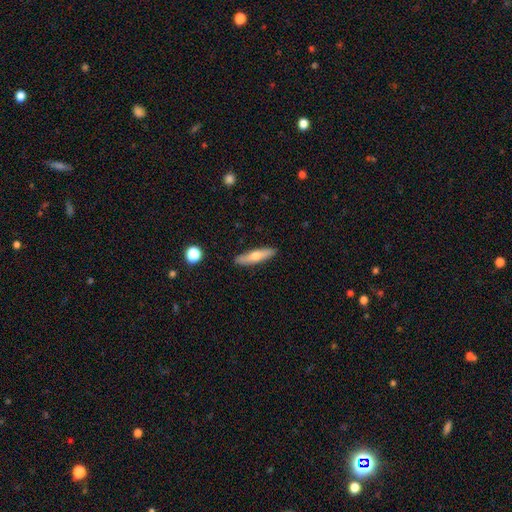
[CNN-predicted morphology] A smooth galaxy with no disk features (56%) that is cigar-shaped (77%).

Vote fractions:
- Smooth or featured? smooth: 56% / featured or disk: 38% / star or artifact: 6%
- How rounded? cigar-shaped: 77% / in between: 21% / round: 2%
- Merging? none: 89% / minor disturbance: 8% / major disturbance: 2% / merger: 1%